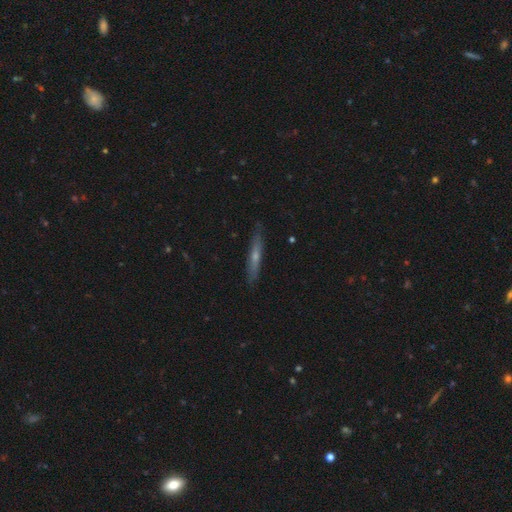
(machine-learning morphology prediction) smooth_or_featured: featured or disk (p=0.55) [alt: smooth p=0.37]
disk_edge_on: yes (p=0.88) [alt: no p=0.12]
merging: none (p=0.86) [alt: minor disturbance p=0.11]